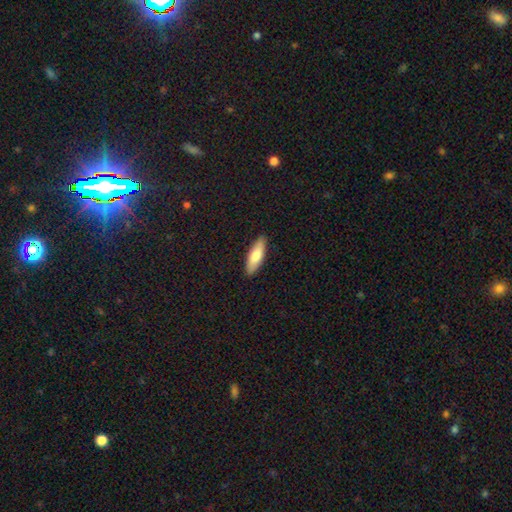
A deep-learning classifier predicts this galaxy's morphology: This is likely a smooth galaxy (76%). How rounded: possibly in between (50%). Merging: clearly none (90%).